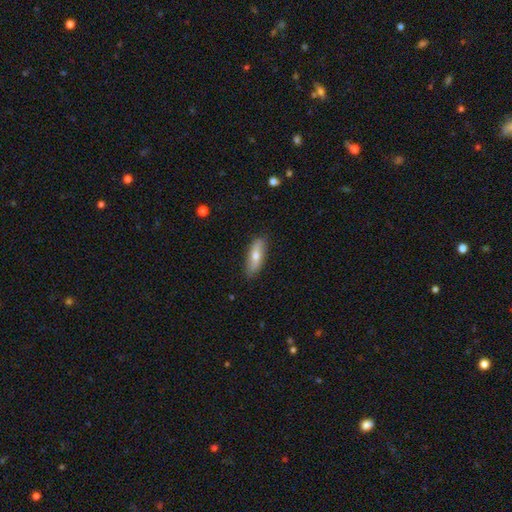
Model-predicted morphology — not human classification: Q: Smooth or featured?
A: smooth (63%); runner-up: featured or disk (31%)
Q: How rounded?
A: in between (60%); runner-up: cigar-shaped (37%)
Q: Merging?
A: none (85%); runner-up: minor disturbance (12%)